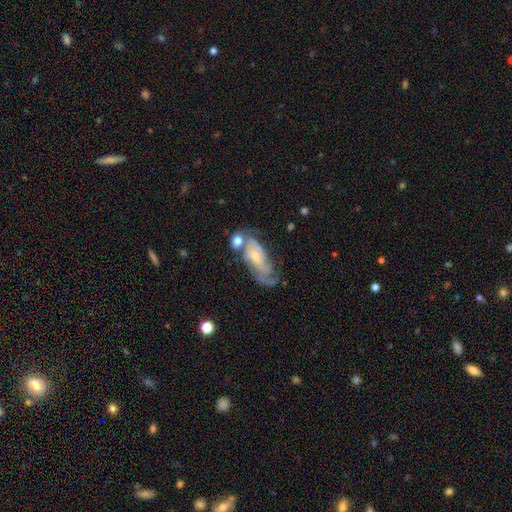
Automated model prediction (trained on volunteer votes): The model was most divided on "merging": none: 34%, minor disturbance: 22%, merger: 22%, major disturbance: 22%. More confident: edge-on disk — no (91%); spiral arms — yes (81%); bar — no (69%); smooth or featured — featured or disk (67%); bulge size — small (64%).